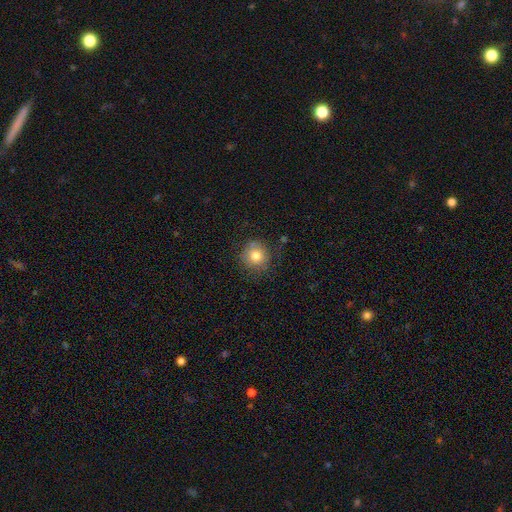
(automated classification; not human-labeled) A smooth galaxy with no disk features (78%) that is round (88%). Merging: none (78%).